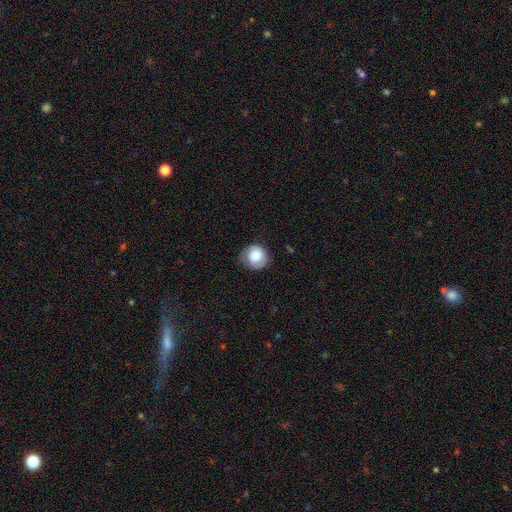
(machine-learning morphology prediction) Q: Smooth or featured?
A: smooth (77%); runner-up: featured or disk (15%)
Q: How rounded?
A: round (89%); runner-up: in between (10%)
Q: Merging?
A: none (72%); runner-up: minor disturbance (21%)